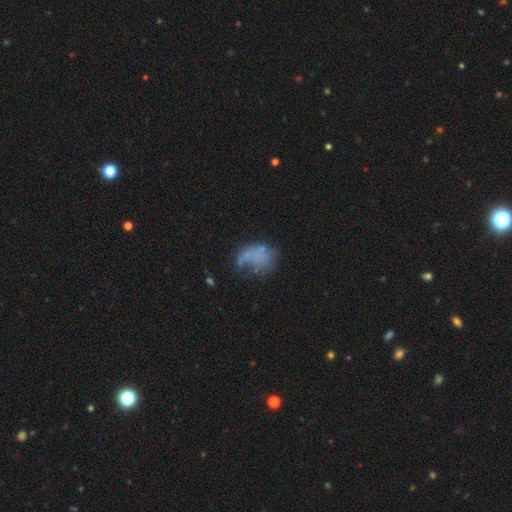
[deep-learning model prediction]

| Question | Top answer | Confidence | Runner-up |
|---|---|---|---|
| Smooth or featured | smooth | 52% | featured or disk (33%) |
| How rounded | in between | 68% | round (29%) |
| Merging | major disturbance | 37% | none (33%) |